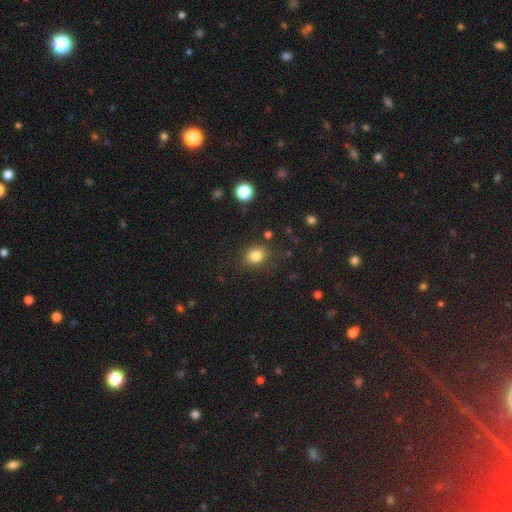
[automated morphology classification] smooth_or_featured: smooth (p=0.82) [alt: star or artifact p=0.12]
how_rounded: round (p=0.61) [alt: in between p=0.38]
merging: none (p=0.78) [alt: minor disturbance p=0.14]